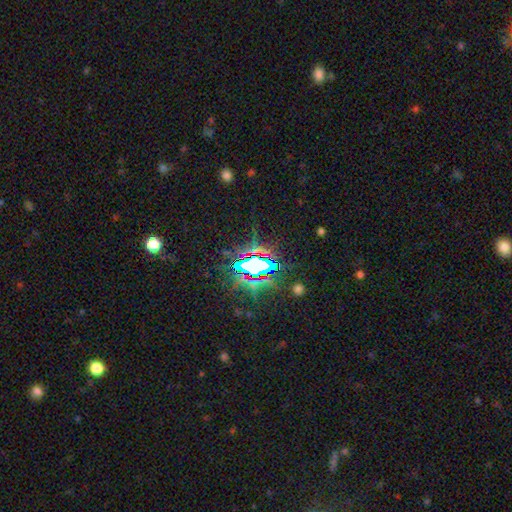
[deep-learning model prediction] Smooth or featured?
  - star or artifact: 79% *
  - smooth: 12%
  - featured or disk: 10%